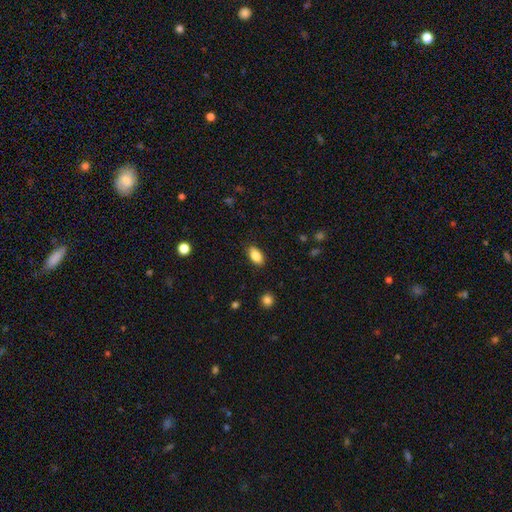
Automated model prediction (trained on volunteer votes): The model was most divided on "merging": none: 86%, minor disturbance: 10%, major disturbance: 2%, merger: 1%. More confident: how rounded — in between (91%); smooth or featured — smooth (86%).